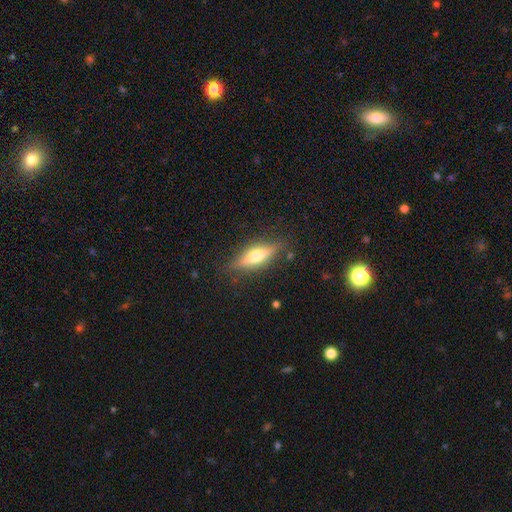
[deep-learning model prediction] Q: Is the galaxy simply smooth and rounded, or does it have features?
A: featured or disk — 61%.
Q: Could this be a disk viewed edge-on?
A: yes — 92%.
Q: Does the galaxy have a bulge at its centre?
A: rounded — 93%.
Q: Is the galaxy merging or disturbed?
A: none — 85%.